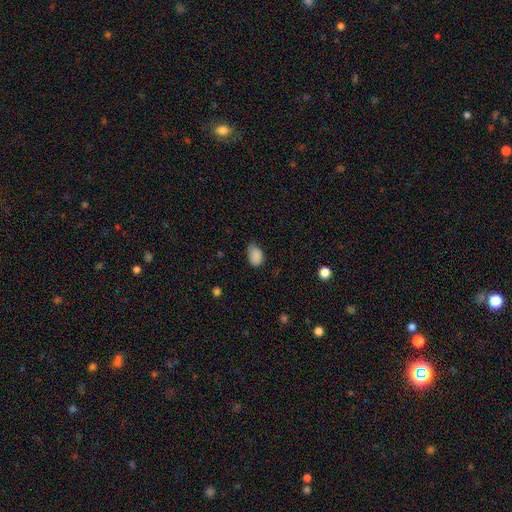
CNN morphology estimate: smooth_or_featured: smooth (p=0.86) [alt: star or artifact p=0.09]
how_rounded: in between (p=0.81) [alt: round p=0.18]
merging: none (p=0.52) [alt: minor disturbance p=0.39]